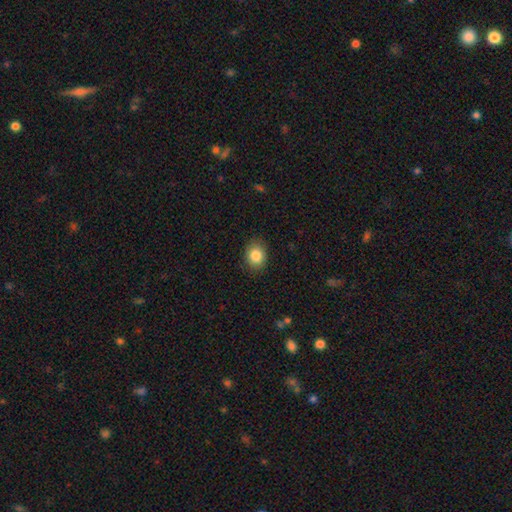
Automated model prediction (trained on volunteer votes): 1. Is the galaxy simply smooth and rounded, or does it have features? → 85% smooth, 9% star or artifact, 6% featured or disk.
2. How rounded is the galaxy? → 52% round, 47% in between, 1% cigar-shaped.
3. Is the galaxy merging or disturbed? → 88% none, 9% minor disturbance, 2% major disturbance, 1% merger.